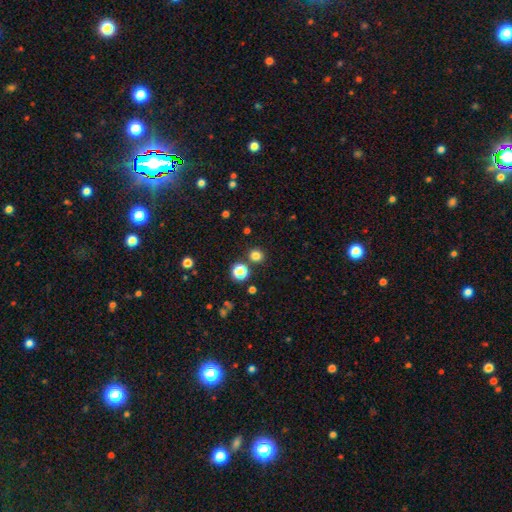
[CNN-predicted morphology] Smooth or featured? smooth (79%)
How rounded? round (89%)
Merging? none (84%)